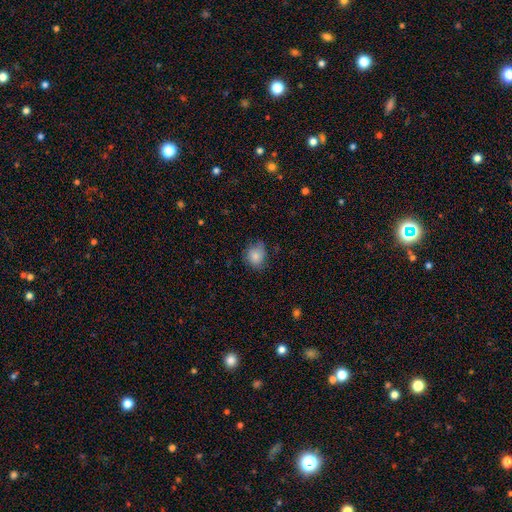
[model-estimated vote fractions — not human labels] smooth 81%, featured or disk 10%, star or artifact 9%. Down the decision tree: how rounded — round (60%); merging — none (62%).